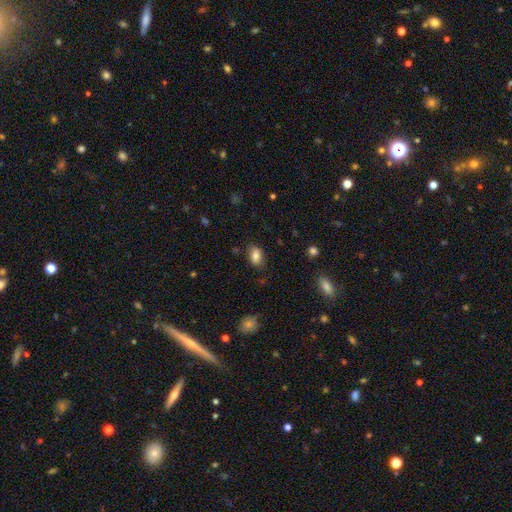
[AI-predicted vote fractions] Q: Smooth or featured?
A: smooth (82%); runner-up: featured or disk (9%)
Q: How rounded?
A: in between (84%); runner-up: round (15%)
Q: Merging?
A: none (78%); runner-up: minor disturbance (17%)